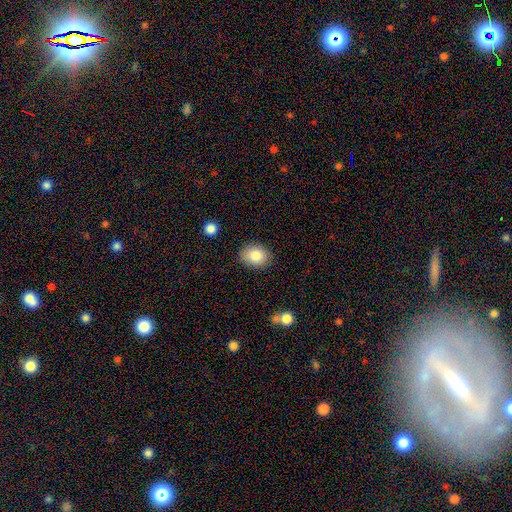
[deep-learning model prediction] smooth 84%, star or artifact 8%, featured or disk 8%. Down the decision tree: how rounded — in between (58%); merging — none (85%).